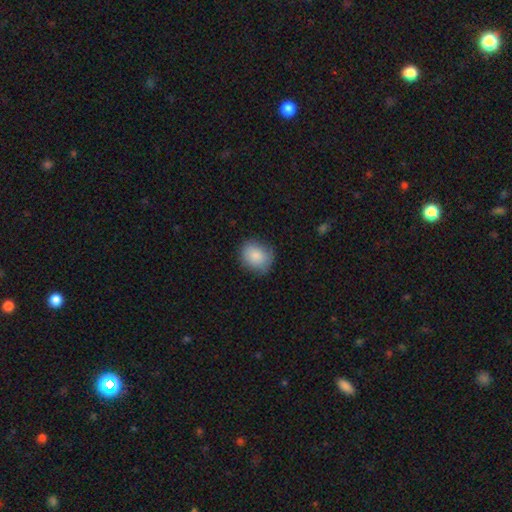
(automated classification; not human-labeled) A smooth galaxy with no disk features (86%) that is round (65%).

Vote fractions:
- Smooth or featured? smooth: 86% / star or artifact: 8% / featured or disk: 7%
- How rounded? round: 65% / in between: 34% / cigar-shaped: 1%
- Merging? none: 76% / minor disturbance: 18% / major disturbance: 4% / merger: 1%